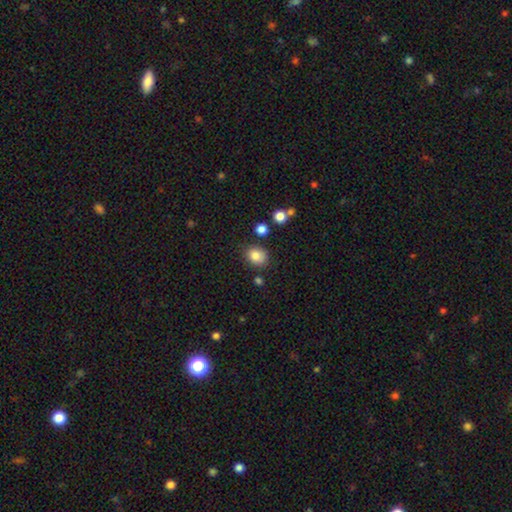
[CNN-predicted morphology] Smooth or featured? smooth (84%)
How rounded? round (54%)
Merging? none (77%)